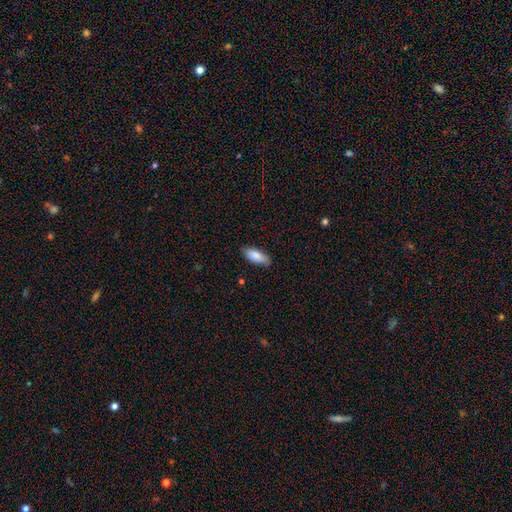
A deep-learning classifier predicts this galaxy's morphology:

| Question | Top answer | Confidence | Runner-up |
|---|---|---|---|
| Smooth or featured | smooth | 85% | featured or disk (9%) |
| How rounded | in between | 78% | cigar-shaped (20%) |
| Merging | none | 80% | minor disturbance (17%) |